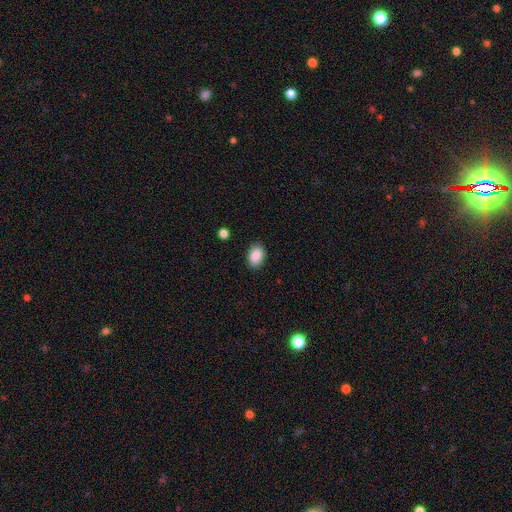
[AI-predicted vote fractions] This appears to be a smooth galaxy with no disk features (89%) that is in between round and cigar-shaped (87%). Merging: none (87%).